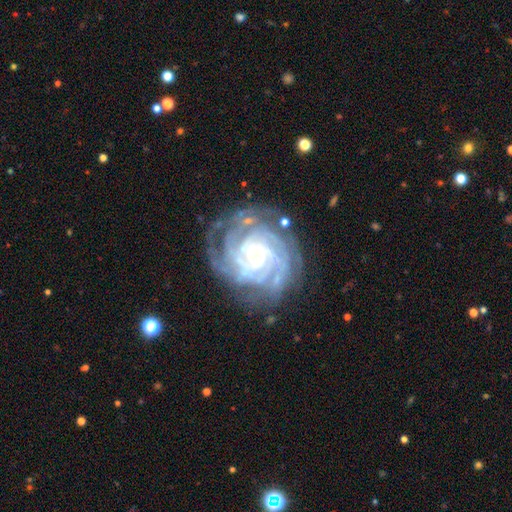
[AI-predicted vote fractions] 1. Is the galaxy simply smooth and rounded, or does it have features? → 91% featured or disk, 5% star or artifact, 4% smooth.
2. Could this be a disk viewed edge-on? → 98% no, 2% yes.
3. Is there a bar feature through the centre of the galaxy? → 59% no, 30% weak, 11% strong.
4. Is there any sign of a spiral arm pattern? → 98% yes, 2% no.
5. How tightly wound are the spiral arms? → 80% tight, 18% medium, 2% loose.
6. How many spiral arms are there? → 32% 4, 20% more than 4, 17% 3, 16% can't tell, 9% 2, 7% 1.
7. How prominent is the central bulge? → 63% small, 33% moderate, 2% large, 1% none, 1% dominant.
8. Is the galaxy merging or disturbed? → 78% none, 15% minor disturbance, 5% major disturbance, 2% merger.